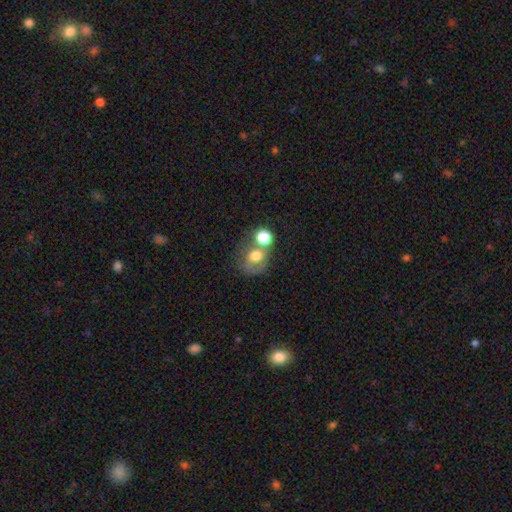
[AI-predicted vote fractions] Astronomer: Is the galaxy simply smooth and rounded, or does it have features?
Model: smooth — 63%.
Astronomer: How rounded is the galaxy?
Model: round — 70%.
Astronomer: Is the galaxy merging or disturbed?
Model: merger — 46% (runner-up: none, 33%).